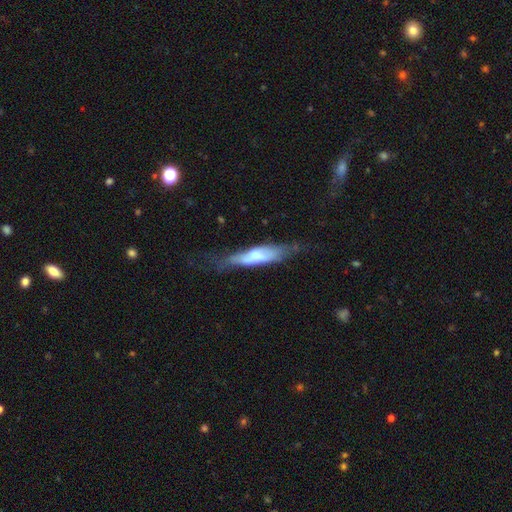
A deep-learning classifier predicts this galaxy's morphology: The model was most divided on "smooth or featured": smooth: 49%, featured or disk: 44%, star or artifact: 7%. More confident: merging — none (54%).